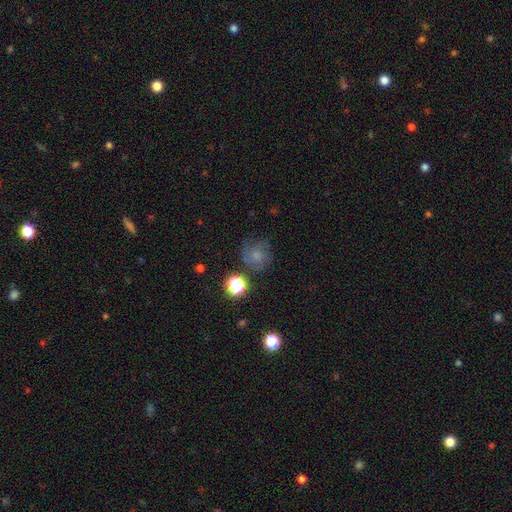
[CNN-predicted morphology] type=smooth (58%); roundness=round (86%); merging=none (68%).